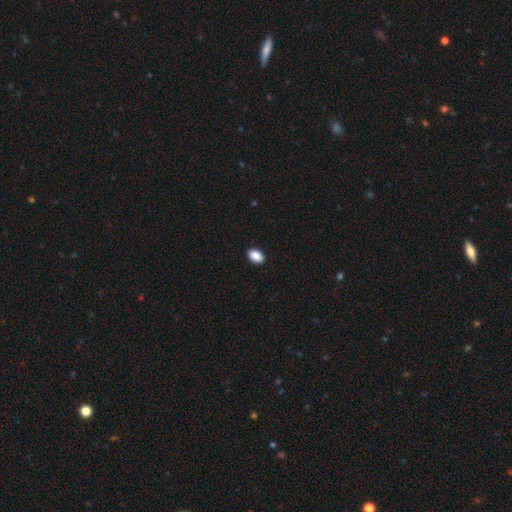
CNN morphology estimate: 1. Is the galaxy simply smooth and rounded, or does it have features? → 89% smooth, 7% star or artifact, 4% featured or disk.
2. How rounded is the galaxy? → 87% in between, 12% round, 1% cigar-shaped.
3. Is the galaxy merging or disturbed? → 91% none, 6% minor disturbance, 2% major disturbance, 1% merger.